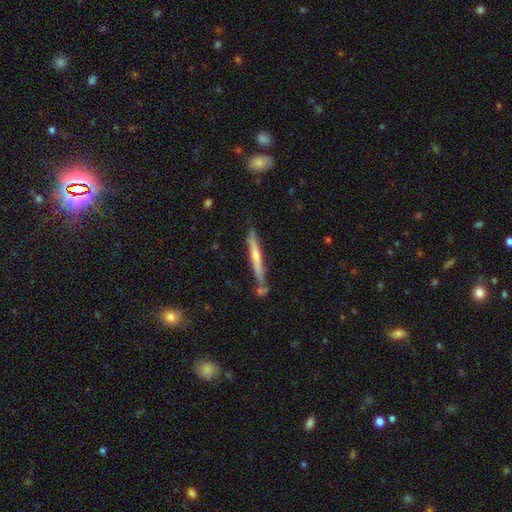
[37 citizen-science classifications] Volunteers were most divided on "smooth or featured": featured or disk: 51%, smooth: 46%, star or artifact: 3%. More confident: edge-on disk — yes (89%); merging — none (81%); edge-on bulge — rounded (53%).